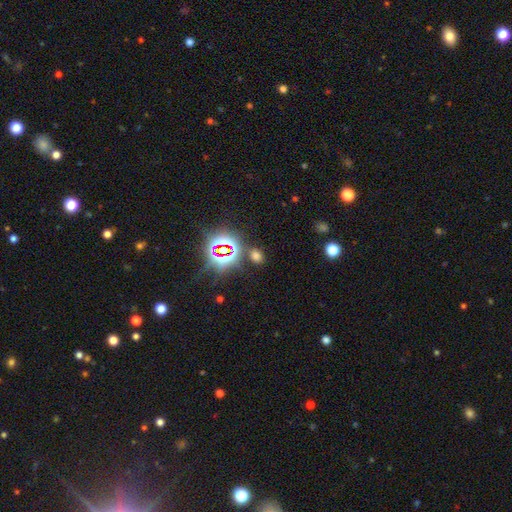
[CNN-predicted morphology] type=smooth (54%); roundness=in between (61%); merging=none (81%).